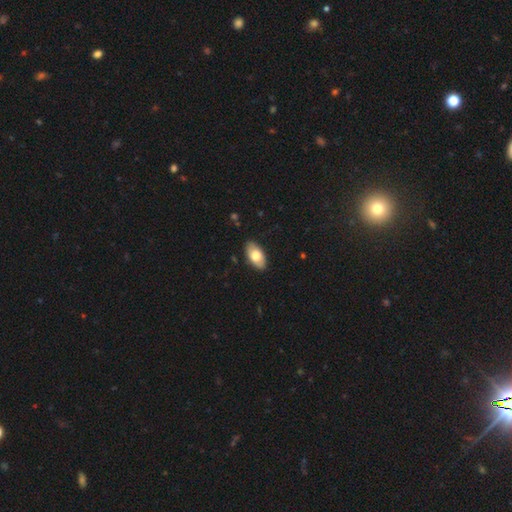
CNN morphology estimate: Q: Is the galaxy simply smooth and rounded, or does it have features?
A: smooth — 72%.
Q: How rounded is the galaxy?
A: in between — 94%.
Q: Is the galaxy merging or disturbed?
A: none — 87%.